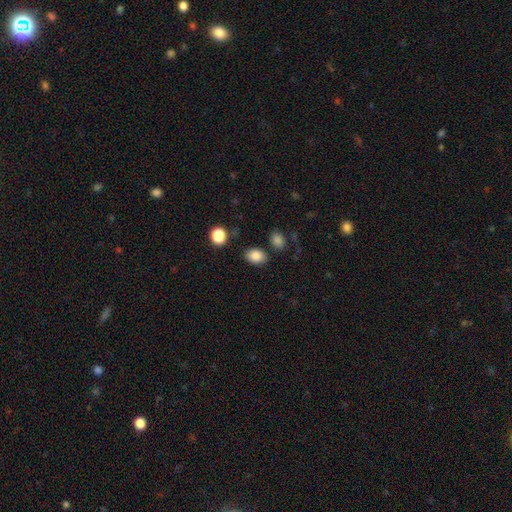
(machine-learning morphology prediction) A smooth galaxy with no disk features (86%) that is in between round and cigar-shaped (73%). Merging: none (81%).